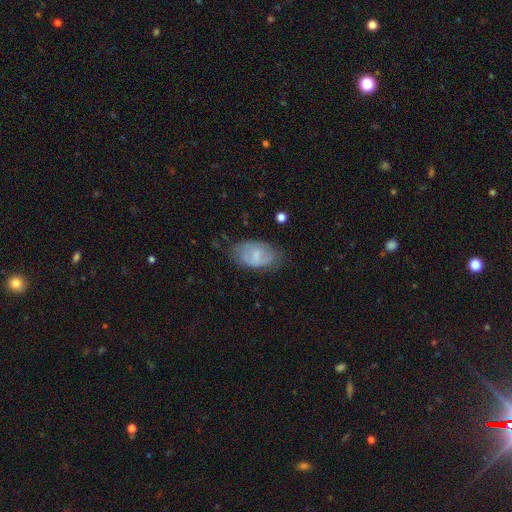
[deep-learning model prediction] The model was most divided on "smooth or featured": smooth: 58%, featured or disk: 35%, star or artifact: 7%. More confident: how rounded — in between (91%); merging — none (63%).